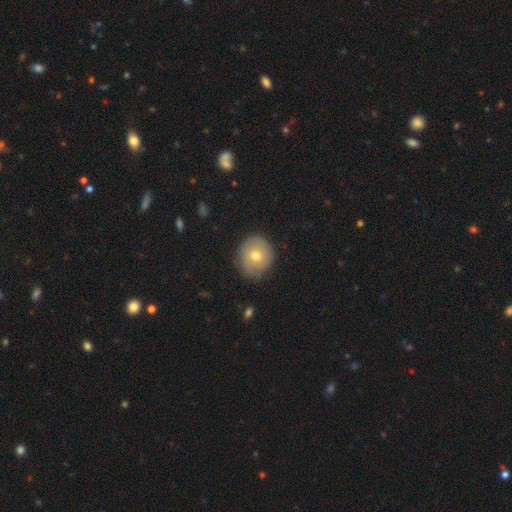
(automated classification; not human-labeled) Q: Smooth or featured?
A: smooth (68%); runner-up: featured or disk (23%)
Q: How rounded?
A: round (86%); runner-up: in between (13%)
Q: Merging?
A: none (83%); runner-up: minor disturbance (13%)